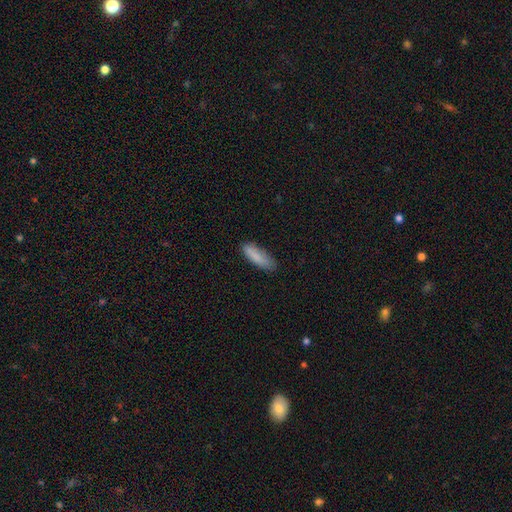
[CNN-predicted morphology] Smooth or featured? smooth (85%)
How rounded? cigar-shaped (55%)
Merging? none (75%)